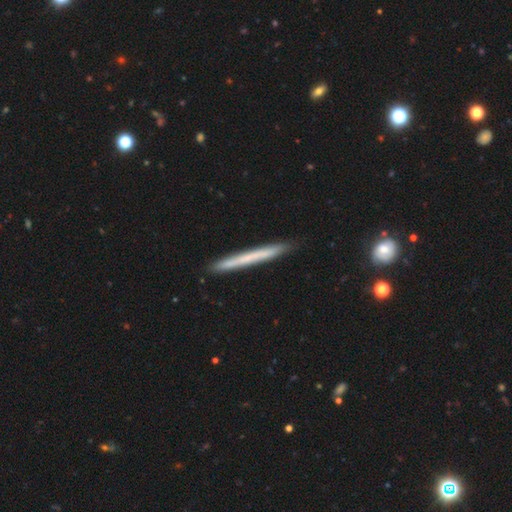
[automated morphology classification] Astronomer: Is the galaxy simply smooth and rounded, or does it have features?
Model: smooth — 54% (runner-up: featured or disk, 40%).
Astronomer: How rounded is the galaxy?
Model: cigar-shaped — 97%.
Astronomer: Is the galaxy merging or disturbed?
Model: none — 89%.